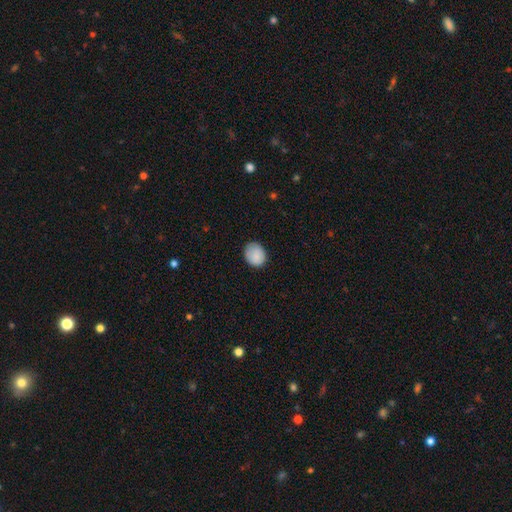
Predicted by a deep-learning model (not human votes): Smooth or featured? smooth (87%)
How rounded? round (57%)
Merging? none (77%)